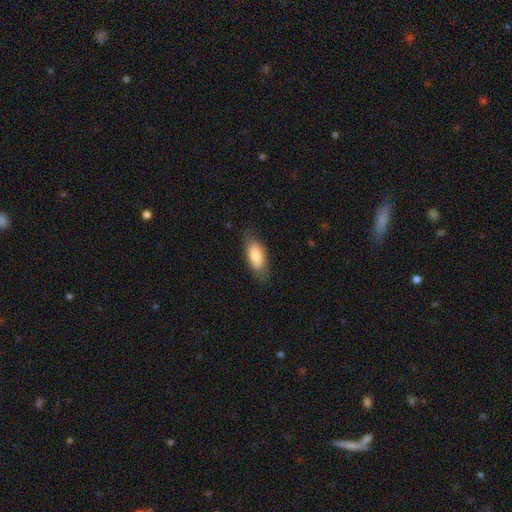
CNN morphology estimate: This is likely a smooth galaxy (77%). How rounded: clearly in between (83%). Merging: likely none (77%).